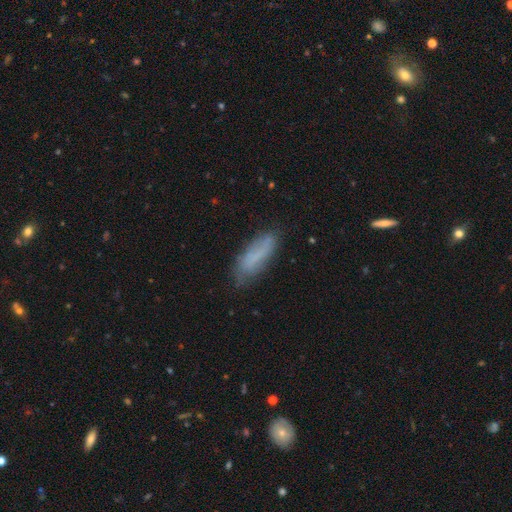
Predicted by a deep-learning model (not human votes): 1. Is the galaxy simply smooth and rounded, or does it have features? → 68% smooth, 24% featured or disk, 9% star or artifact.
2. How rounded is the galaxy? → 52% in between, 46% cigar-shaped, 2% round.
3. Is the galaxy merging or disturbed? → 66% none, 24% minor disturbance, 7% major disturbance, 2% merger.